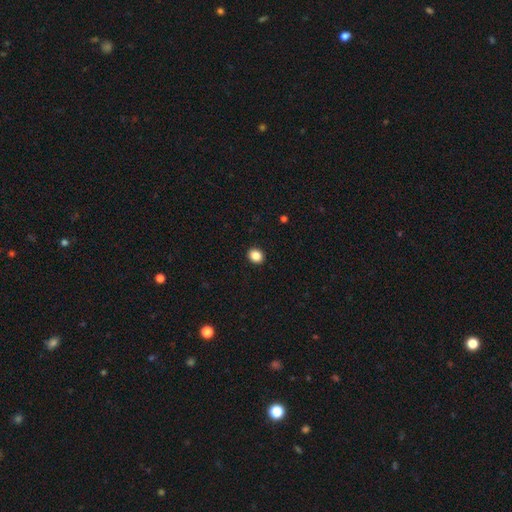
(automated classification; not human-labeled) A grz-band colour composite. It shows a smooth galaxy with no disk features (87%) that is round (63%). Merging: none (92%).